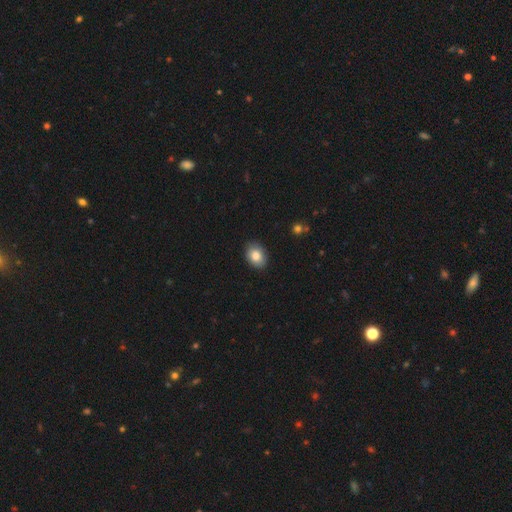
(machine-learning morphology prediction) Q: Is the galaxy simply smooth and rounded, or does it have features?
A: smooth — 83%.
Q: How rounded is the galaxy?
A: in between — 72%.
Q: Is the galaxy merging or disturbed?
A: none — 87%.